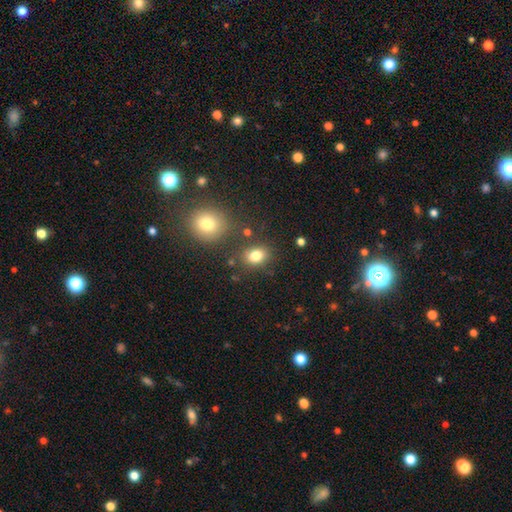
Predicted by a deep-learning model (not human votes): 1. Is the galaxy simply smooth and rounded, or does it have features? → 81% smooth, 12% star or artifact, 7% featured or disk.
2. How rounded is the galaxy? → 57% in between, 42% round, 1% cigar-shaped.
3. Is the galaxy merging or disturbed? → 77% none, 11% minor disturbance, 7% merger, 4% major disturbance.